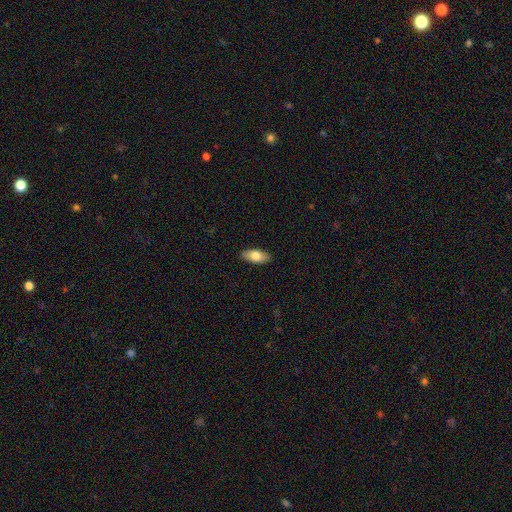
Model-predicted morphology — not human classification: Smooth or featured?
  - smooth: 75% *
  - featured or disk: 19%
  - star or artifact: 6%
How rounded?
  - in between: 88% *
  - cigar-shaped: 9%
  - round: 3%
Merging?
  - none: 89% *
  - minor disturbance: 9%
  - major disturbance: 2%
  - merger: 1%